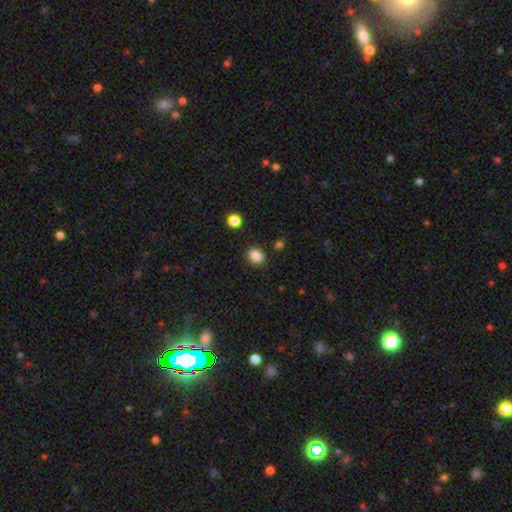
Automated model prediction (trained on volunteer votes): Q: Smooth or featured?
A: smooth (86%); runner-up: star or artifact (10%)
Q: How rounded?
A: round (56%); runner-up: in between (43%)
Q: Merging?
A: none (86%); runner-up: minor disturbance (9%)